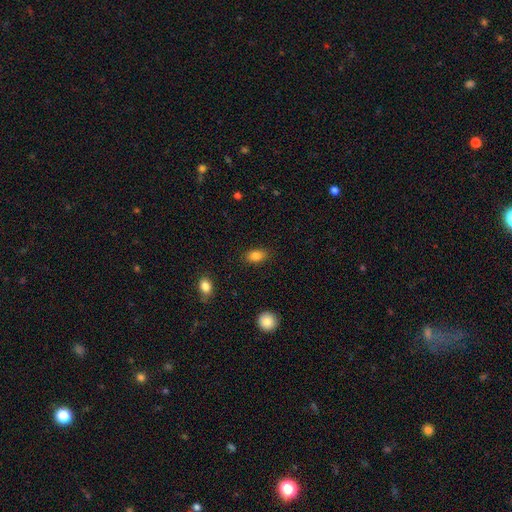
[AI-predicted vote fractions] The model was most divided on "how rounded": in between: 85%, round: 12%, cigar-shaped: 2%. More confident: smooth or featured — smooth (85%); merging — none (85%).